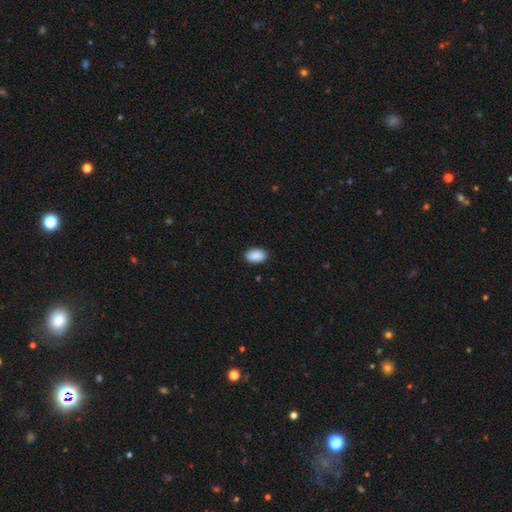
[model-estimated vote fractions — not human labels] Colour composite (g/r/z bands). It shows a smooth galaxy with no disk features (90%) that is in between round and cigar-shaped (93%). Merging: none (89%).